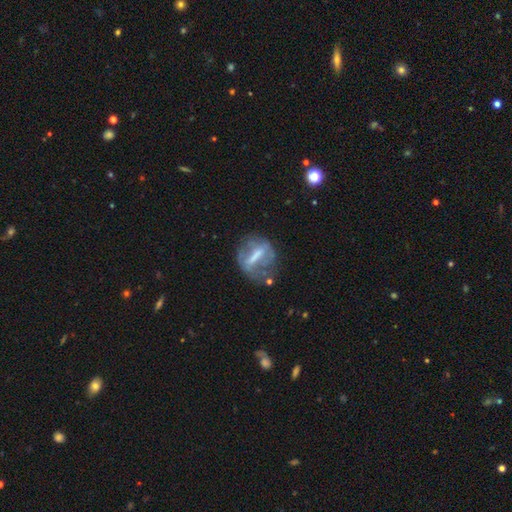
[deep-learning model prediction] A featured or disk galaxy (60%) with a strong bar (60%), no spiral arms (71%) and no central bulge (37%).

Vote fractions:
- Smooth or featured? featured or disk: 60% / smooth: 30% / star or artifact: 9%
- Edge-on disk? no: 91% / yes: 9%
- Bar? strong: 60% / weak: 25% / no: 15%
- Spiral arms? no: 71% / yes: 29%
- Bulge size? none: 37% / moderate: 31% / small: 21% / large: 9% / dominant: 2%
- Merging? none: 46% / major disturbance: 24% / minor disturbance: 23% / merger: 7%